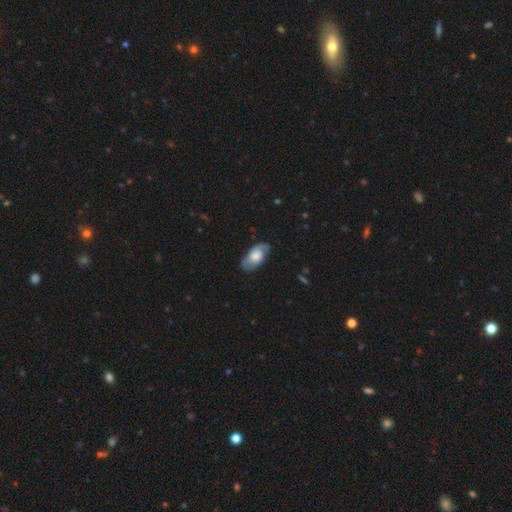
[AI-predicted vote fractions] The model was most divided on "smooth or featured": smooth: 53%, featured or disk: 41%, star or artifact: 6%. More confident: how rounded — in between (92%); merging — none (71%).